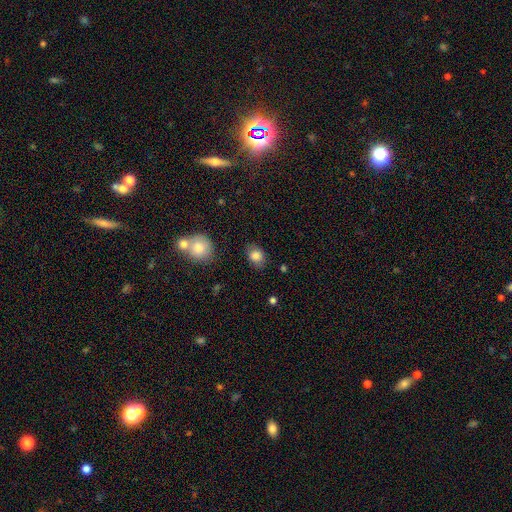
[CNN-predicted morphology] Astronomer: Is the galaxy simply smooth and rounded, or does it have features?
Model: smooth — 83%.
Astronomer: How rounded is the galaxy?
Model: in between — 63%.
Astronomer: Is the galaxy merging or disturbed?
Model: none — 80%.